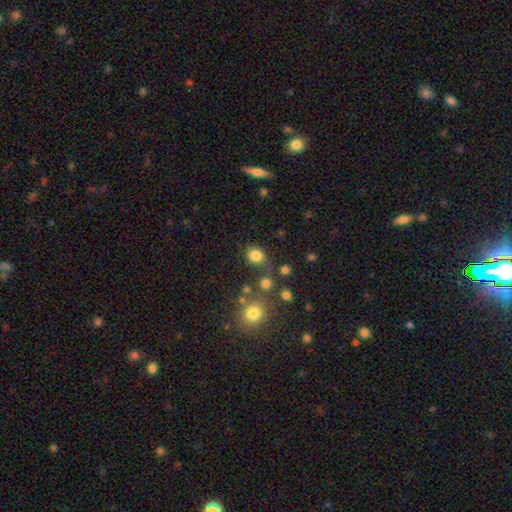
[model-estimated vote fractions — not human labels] Smooth or featured?
  - smooth: 82% *
  - star or artifact: 13%
  - featured or disk: 6%
How rounded?
  - round: 78% *
  - in between: 21%
  - cigar-shaped: 1%
Merging?
  - none: 69% *
  - minor disturbance: 14%
  - merger: 10%
  - major disturbance: 7%